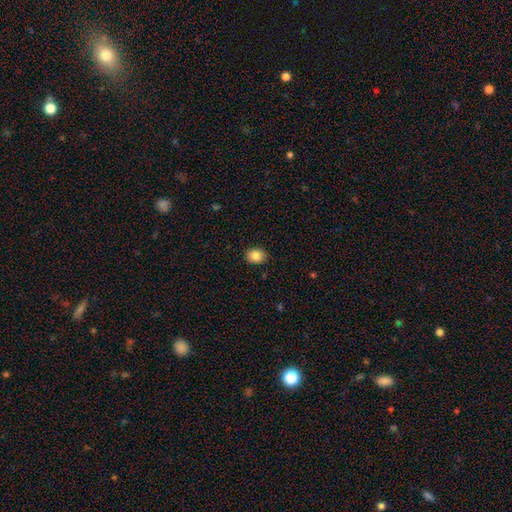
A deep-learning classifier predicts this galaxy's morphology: type=smooth (85%); roundness=round (56%); merging=none (90%).